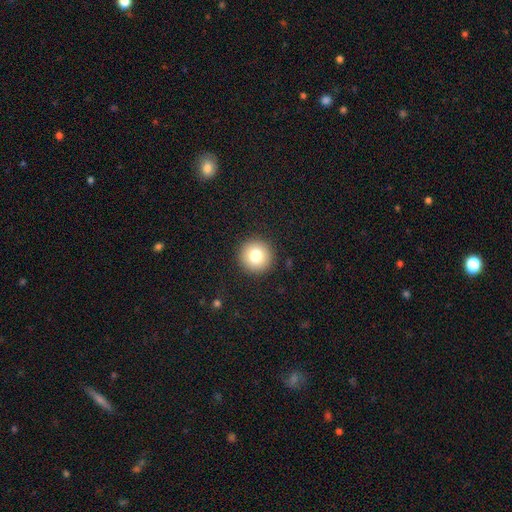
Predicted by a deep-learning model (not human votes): Smooth or featured?
  - smooth: 79% *
  - featured or disk: 11%
  - star or artifact: 11%
How rounded?
  - round: 96% *
  - in between: 3%
  - cigar-shaped: 1%
Merging?
  - none: 92% *
  - minor disturbance: 5%
  - major disturbance: 2%
  - merger: 1%